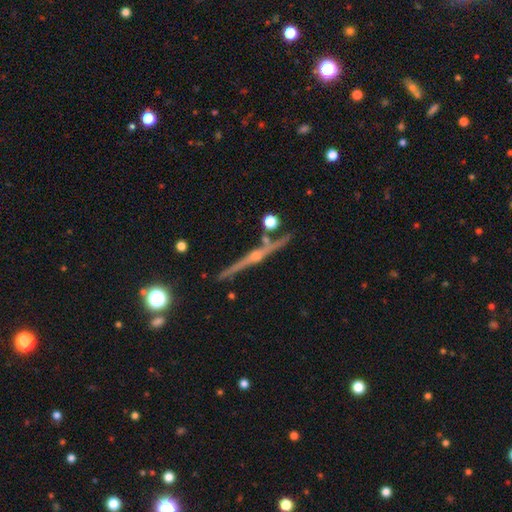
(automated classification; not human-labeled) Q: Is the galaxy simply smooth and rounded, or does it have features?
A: featured or disk — 83%.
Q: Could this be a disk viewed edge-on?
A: yes — 98%.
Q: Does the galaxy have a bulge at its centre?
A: rounded — 80%.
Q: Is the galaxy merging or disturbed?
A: none — 85%.